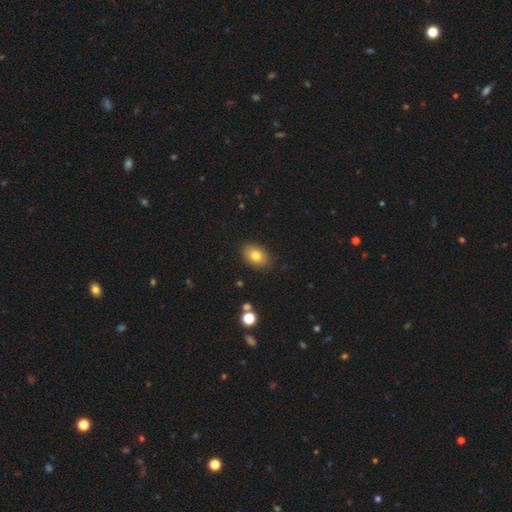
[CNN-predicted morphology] A smooth galaxy with no disk features (80%) that is in between round and cigar-shaped (77%). Merging: none (85%).